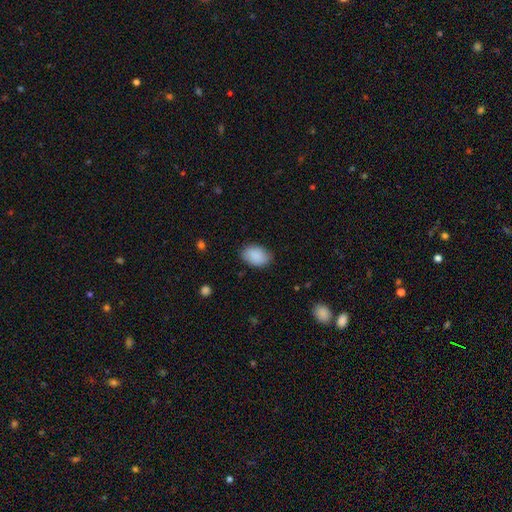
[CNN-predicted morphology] Smooth or featured? smooth (89%)
How rounded? in between (86%)
Merging? none (82%)